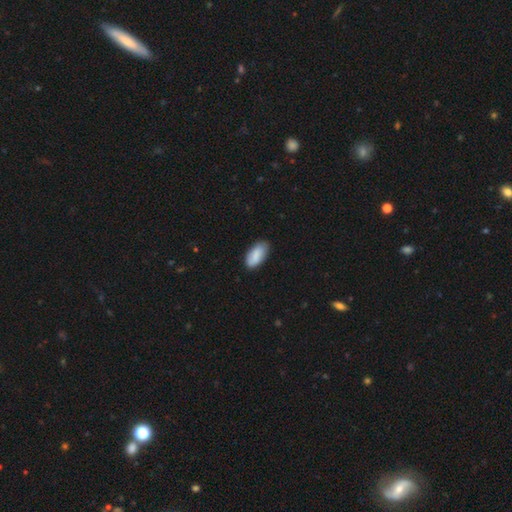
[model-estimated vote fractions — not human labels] Smooth or featured? Predicted: smooth (p=0.86). How rounded? Predicted: in between (p=0.93). Merging? Predicted: none (p=0.81).